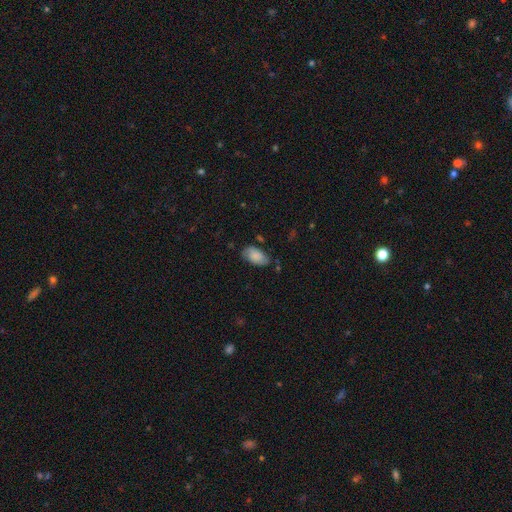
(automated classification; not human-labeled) This is likely a smooth galaxy (73%). How rounded: clearly in between (94%). Merging: likely none (69%).